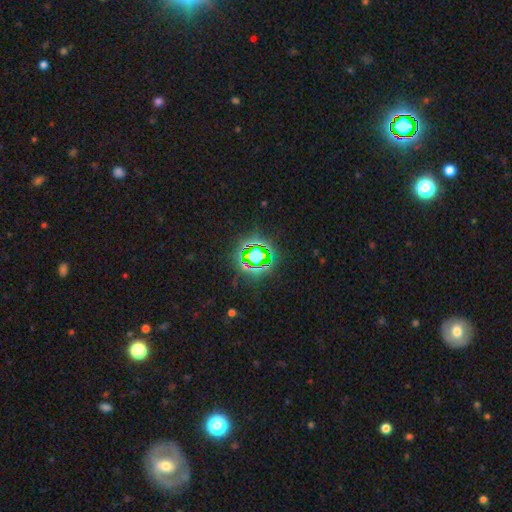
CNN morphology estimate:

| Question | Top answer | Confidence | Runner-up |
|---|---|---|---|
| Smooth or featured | star or artifact | 72% | smooth (17%) |